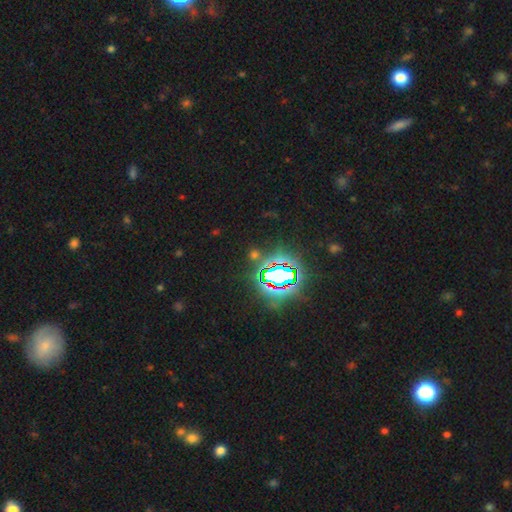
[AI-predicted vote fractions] Overall: star or artifact (75%).